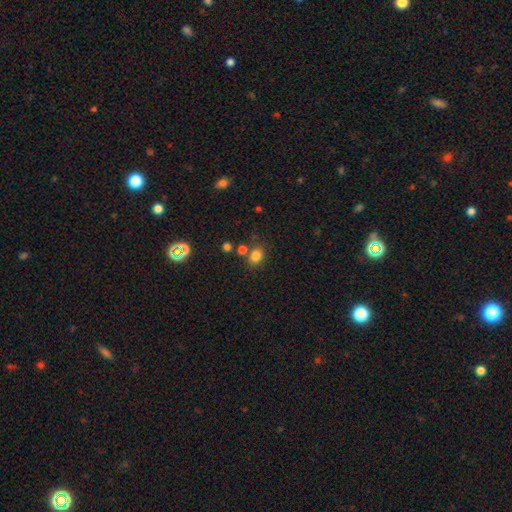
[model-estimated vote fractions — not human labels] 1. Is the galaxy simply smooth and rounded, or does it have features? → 79% smooth, 14% star or artifact, 6% featured or disk.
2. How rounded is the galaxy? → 52% round, 47% in between, 1% cigar-shaped.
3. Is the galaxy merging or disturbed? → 70% none, 13% merger, 12% minor disturbance, 4% major disturbance.